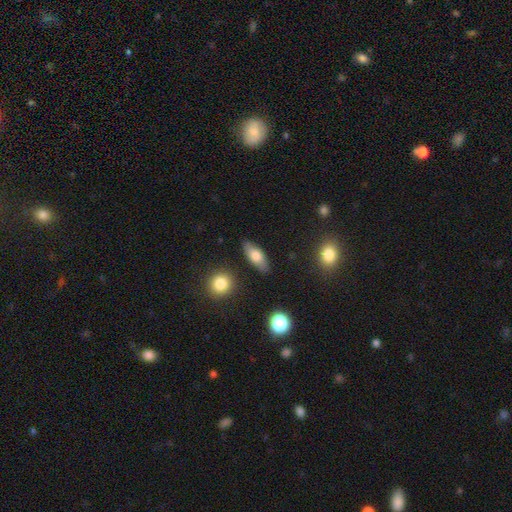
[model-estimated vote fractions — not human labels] A smooth galaxy with no disk features (72%) that is in between round and cigar-shaped (80%).

Vote fractions:
- Smooth or featured? smooth: 72% / featured or disk: 21% / star or artifact: 7%
- How rounded? in between: 80% / cigar-shaped: 16% / round: 4%
- Merging? none: 84% / minor disturbance: 11% / major disturbance: 2% / merger: 2%